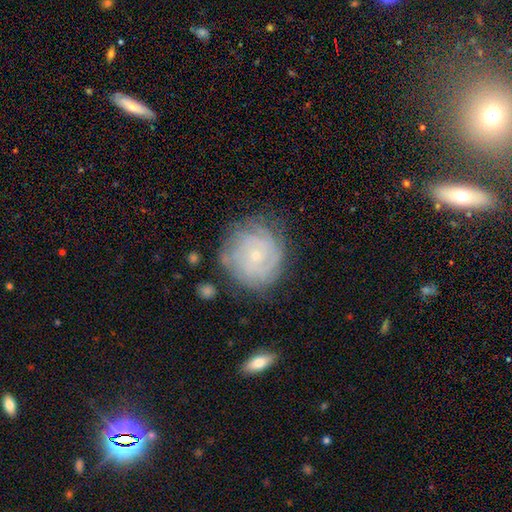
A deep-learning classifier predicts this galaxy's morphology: Overall: featured or disk (76%). Edge-on disk: no (97%). Bar: no (82%). Spiral arms: yes (92%). Spiral arm count: can't tell (40%; 4 19%). Spiral winding: tight (79%). Bulge size: small (81%). Merging: none (75%).